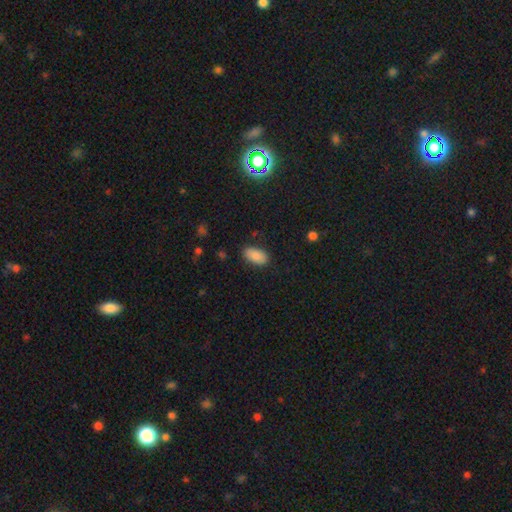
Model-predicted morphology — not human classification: The model was most divided on "merging": none: 85%, minor disturbance: 11%, major disturbance: 3%, merger: 1%. More confident: how rounded — in between (94%); smooth or featured — smooth (87%).